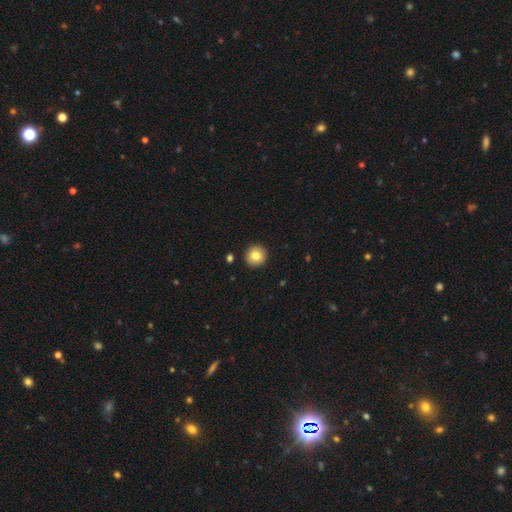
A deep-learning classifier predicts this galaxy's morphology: This appears to be a smooth galaxy with no disk features (83%) that is round (93%). Merging: none (92%).